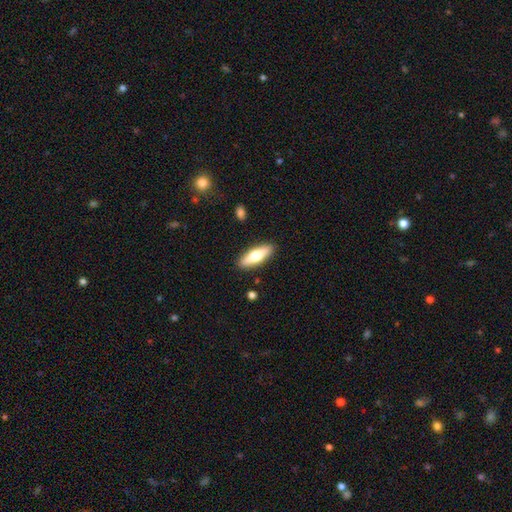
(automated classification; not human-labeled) Smooth or featured? Predicted: smooth (p=0.61). How rounded? Predicted: in between (p=0.50). Merging? Predicted: none (p=0.89).